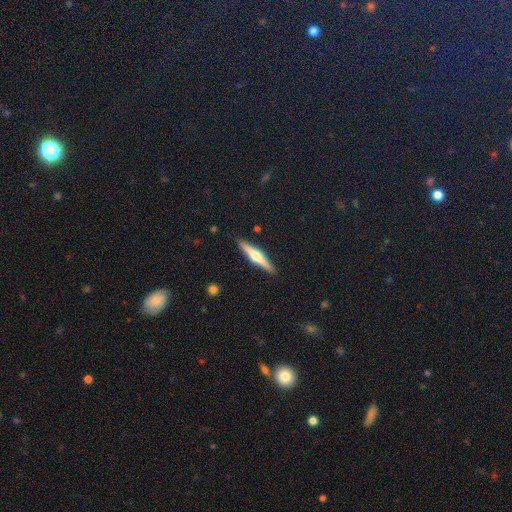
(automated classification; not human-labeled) Q: Smooth or featured?
A: featured or disk (64%); runner-up: smooth (31%)
Q: Edge-on disk?
A: yes (97%); runner-up: no (3%)
Q: Edge-on bulge?
A: rounded (88%); runner-up: boxy (8%)
Q: Merging?
A: none (91%); runner-up: minor disturbance (6%)